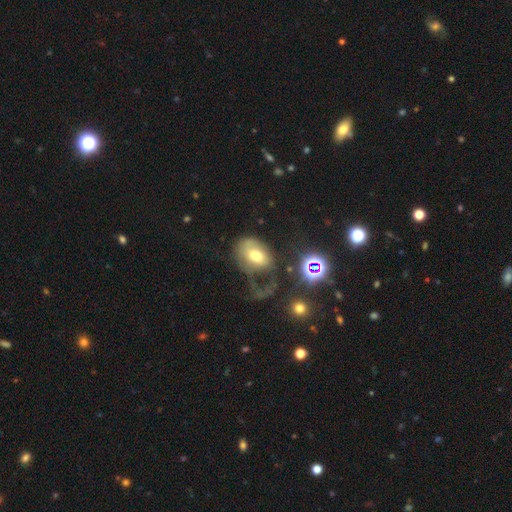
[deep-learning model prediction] A smooth galaxy with no disk features (56%) that is in between round and cigar-shaped (75%). Merging: major disturbance (48%).